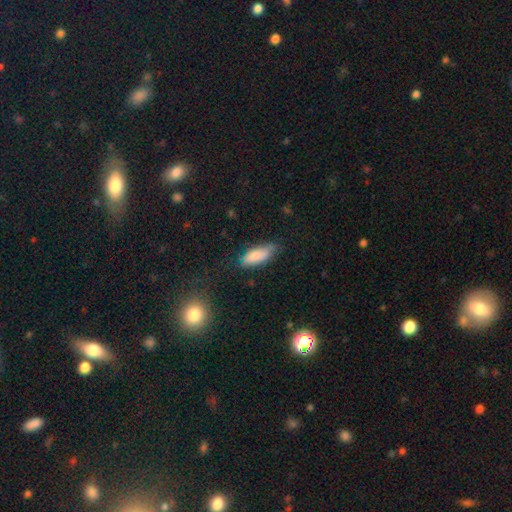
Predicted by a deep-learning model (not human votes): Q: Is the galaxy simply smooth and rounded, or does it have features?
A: smooth — 82%.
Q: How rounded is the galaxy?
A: in between — 76%.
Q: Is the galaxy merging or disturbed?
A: none — 58%.